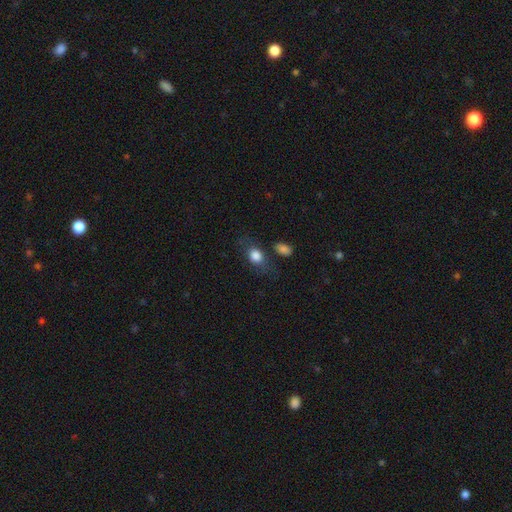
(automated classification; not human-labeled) A smooth galaxy with no disk features (81%) that is in between round and cigar-shaped (58%). Merging: none (62%).